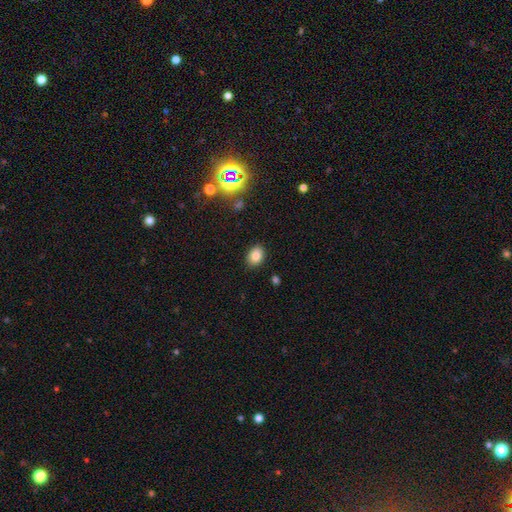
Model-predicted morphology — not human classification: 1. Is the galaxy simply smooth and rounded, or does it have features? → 82% smooth, 11% star or artifact, 6% featured or disk.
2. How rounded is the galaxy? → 70% in between, 29% round, 1% cigar-shaped.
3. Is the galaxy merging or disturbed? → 87% none, 9% minor disturbance, 2% major disturbance, 1% merger.